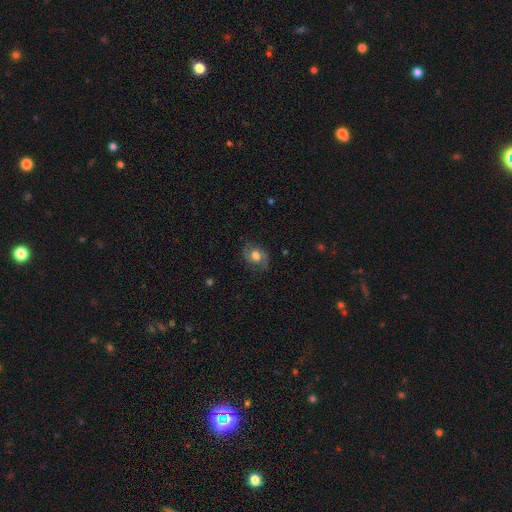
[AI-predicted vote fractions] Smooth or featured? Predicted: featured or disk (p=0.48). Merging? Predicted: none (p=0.75).